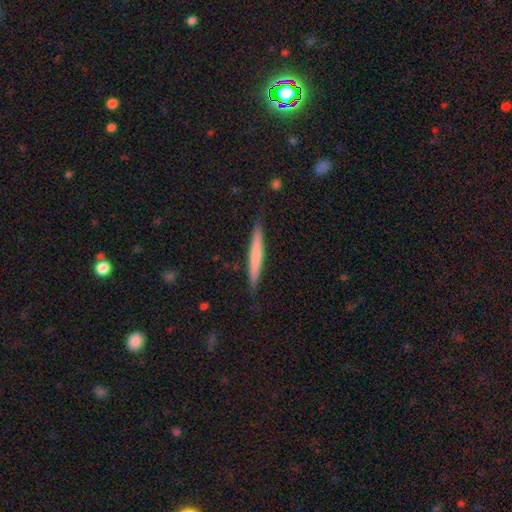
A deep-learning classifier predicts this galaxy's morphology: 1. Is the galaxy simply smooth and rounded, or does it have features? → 60% smooth, 34% featured or disk, 6% star or artifact.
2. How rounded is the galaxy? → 96% cigar-shaped, 3% in between, 1% round.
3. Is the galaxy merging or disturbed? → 87% none, 10% minor disturbance, 2% major disturbance, 1% merger.